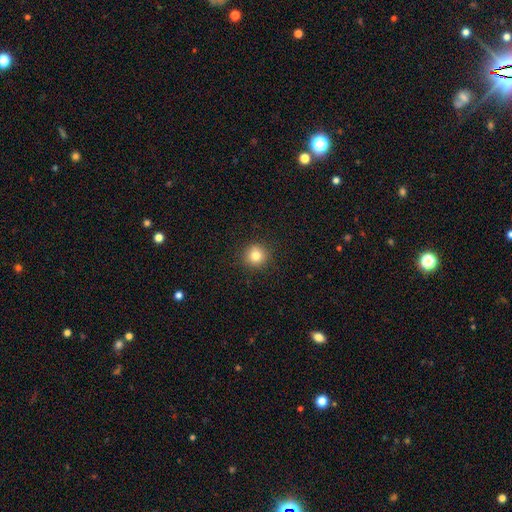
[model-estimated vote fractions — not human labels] A smooth galaxy with no disk features (81%) that is round (93%).

Vote fractions:
- Smooth or featured? smooth: 81% / star or artifact: 12% / featured or disk: 7%
- How rounded? round: 93% / in between: 6% / cigar-shaped: 1%
- Merging? none: 91% / minor disturbance: 6% / major disturbance: 2% / merger: 1%